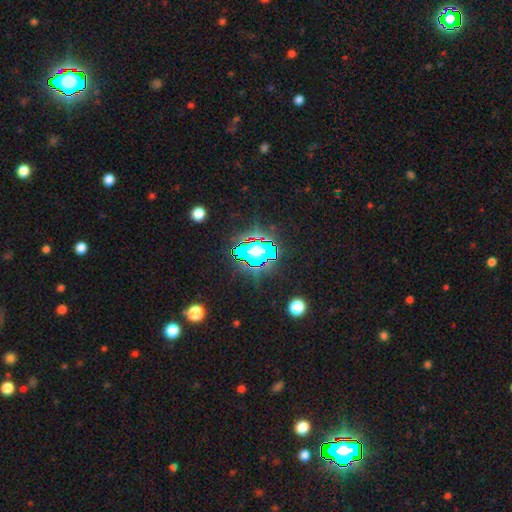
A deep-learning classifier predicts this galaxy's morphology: smooth_or_featured: star or artifact (p=0.68) [alt: smooth p=0.19]